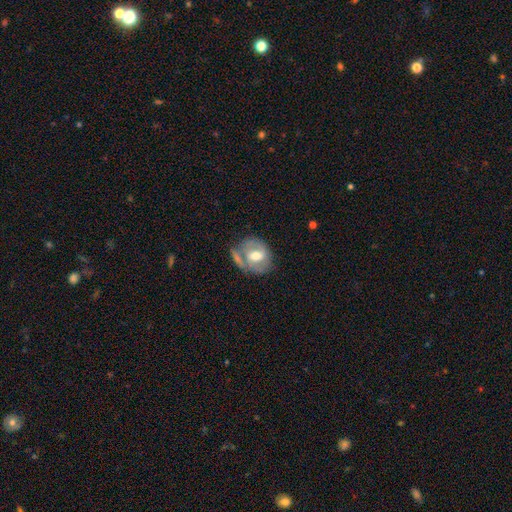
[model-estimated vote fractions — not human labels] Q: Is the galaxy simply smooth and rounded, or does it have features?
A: featured or disk — 56%.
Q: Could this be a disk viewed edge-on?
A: no — 95%.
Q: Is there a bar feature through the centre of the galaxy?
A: weak — 46%.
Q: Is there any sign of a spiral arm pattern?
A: yes — 53%.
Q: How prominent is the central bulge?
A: moderate — 68%.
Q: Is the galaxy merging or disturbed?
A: none — 44%.